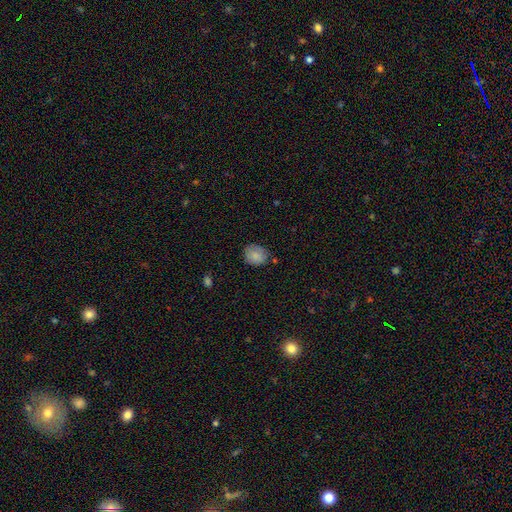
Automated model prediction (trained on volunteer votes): Smooth or featured? Predicted: smooth (p=0.84). How rounded? Predicted: round (p=0.67). Merging? Predicted: none (p=0.73).